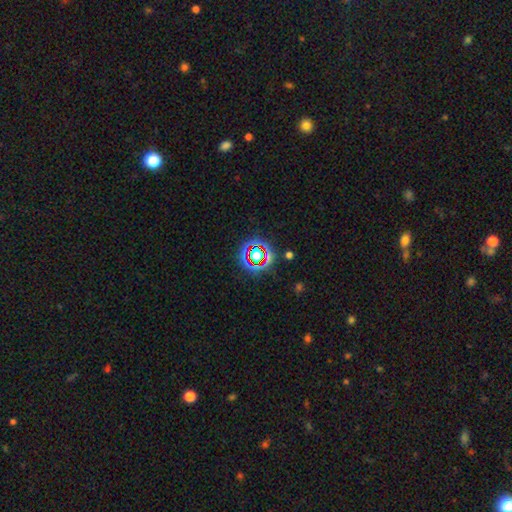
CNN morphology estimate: This appears to be a star or artifact, not a galaxy (64%).